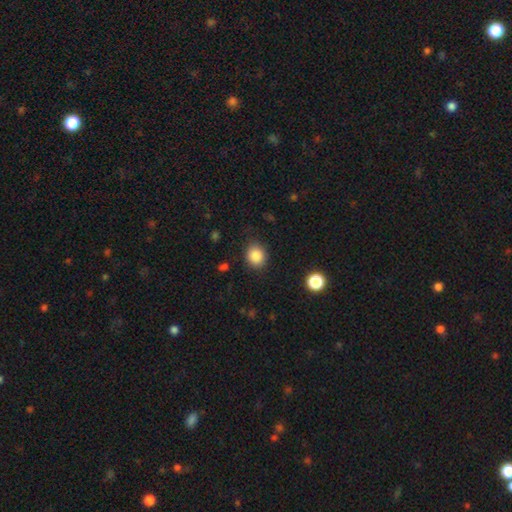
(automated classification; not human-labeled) A smooth galaxy with no disk features (86%) that is round (71%).

Vote fractions:
- Smooth or featured? smooth: 86% / star or artifact: 10% / featured or disk: 4%
- How rounded? round: 71% / in between: 28% / cigar-shaped: 1%
- Merging? none: 85% / minor disturbance: 10% / major disturbance: 3% / merger: 1%